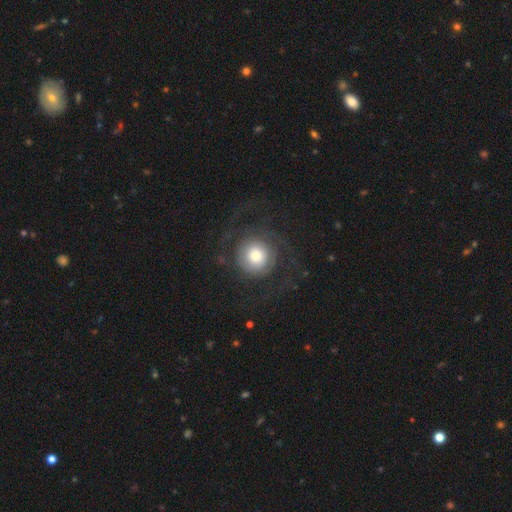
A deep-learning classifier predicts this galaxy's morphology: type=featured or disk (59%); edge-on=no (98%); bar=no (83%); spiral arms=yes (82%); bulge=moderate (45%); merging=none (67%).